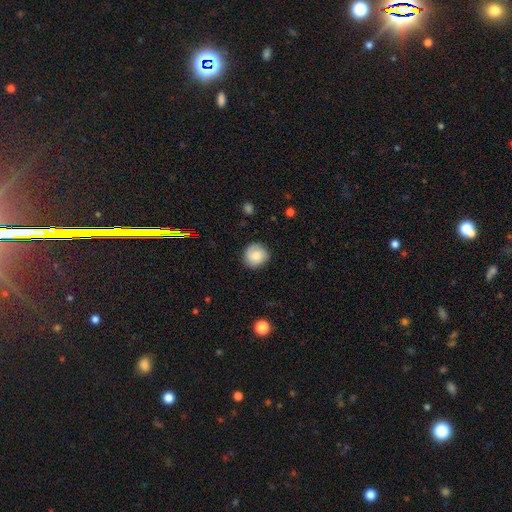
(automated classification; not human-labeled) The model was most divided on "smooth or featured": smooth: 67%, featured or disk: 25%, star or artifact: 8%. More confident: how rounded — round (91%); merging — none (83%).